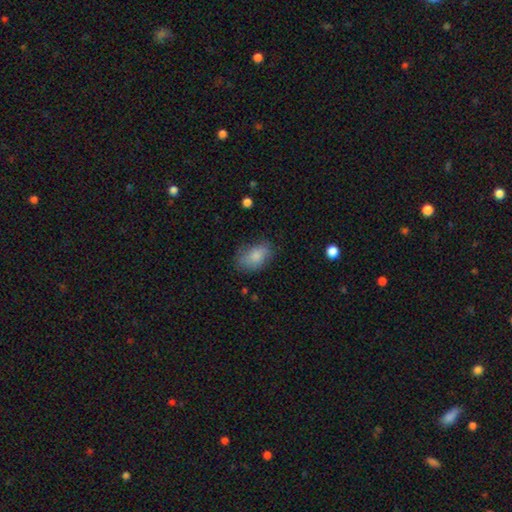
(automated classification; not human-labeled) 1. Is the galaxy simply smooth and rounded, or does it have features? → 82% smooth, 11% featured or disk, 7% star or artifact.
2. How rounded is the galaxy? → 88% in between, 11% round, 2% cigar-shaped.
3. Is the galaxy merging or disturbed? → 69% none, 23% minor disturbance, 7% major disturbance, 2% merger.